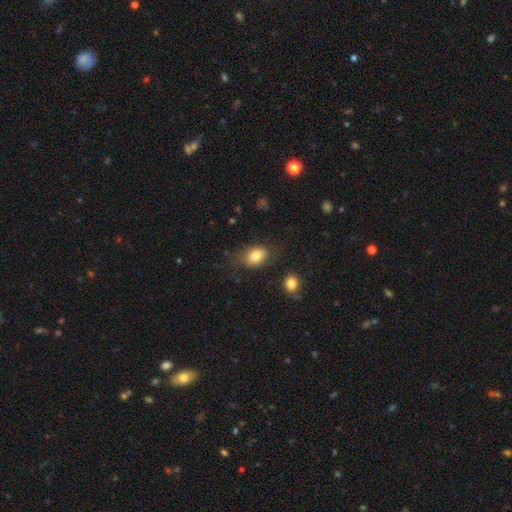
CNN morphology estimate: Q: Smooth or featured?
A: smooth (80%); runner-up: featured or disk (11%)
Q: How rounded?
A: in between (77%); runner-up: round (22%)
Q: Merging?
A: none (68%); runner-up: minor disturbance (21%)